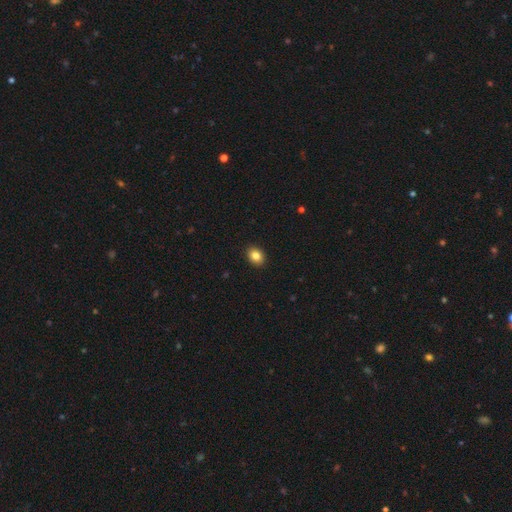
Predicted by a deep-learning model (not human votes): smooth 84%, star or artifact 9%, featured or disk 6%. Down the decision tree: how rounded — in between (65%); merging — none (91%).